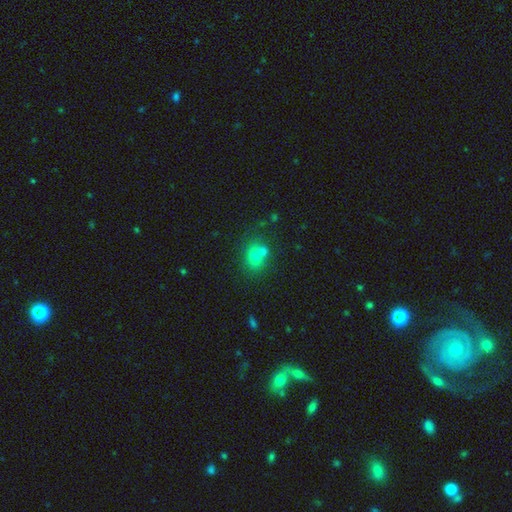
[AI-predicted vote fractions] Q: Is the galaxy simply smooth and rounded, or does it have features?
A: smooth — 72%.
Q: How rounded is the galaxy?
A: round — 57%.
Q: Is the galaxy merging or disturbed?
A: none — 49%.